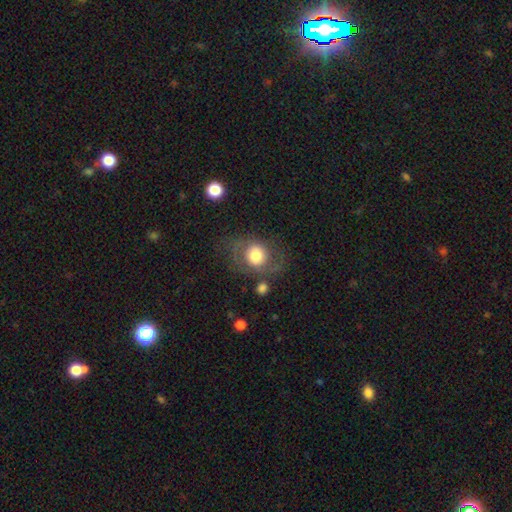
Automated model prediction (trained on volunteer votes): This is possibly a smooth galaxy (58%). How rounded: likely round (69%). Merging: possibly none (59%).